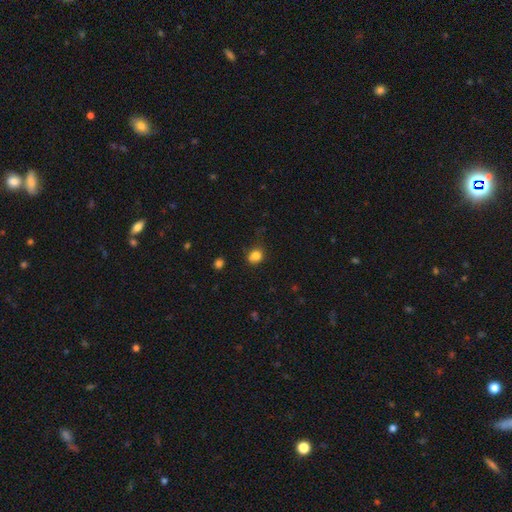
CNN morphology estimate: Overall: smooth (82%). How rounded: round (73%). Merging: none (68%).